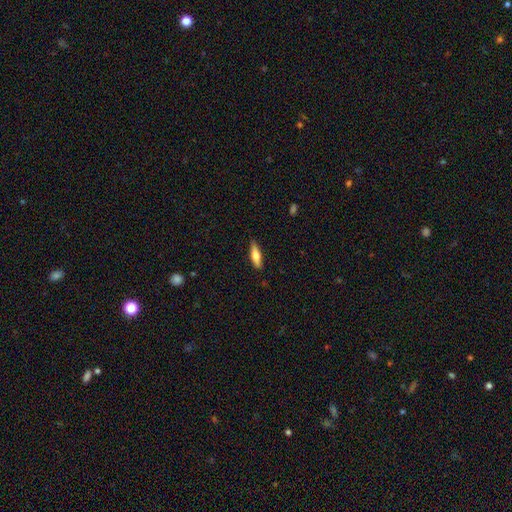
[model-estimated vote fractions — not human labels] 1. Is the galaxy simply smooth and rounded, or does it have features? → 61% smooth, 33% featured or disk, 6% star or artifact.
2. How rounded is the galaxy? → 58% cigar-shaped, 40% in between, 2% round.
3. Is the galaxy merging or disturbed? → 86% none, 11% minor disturbance, 2% major disturbance, 1% merger.